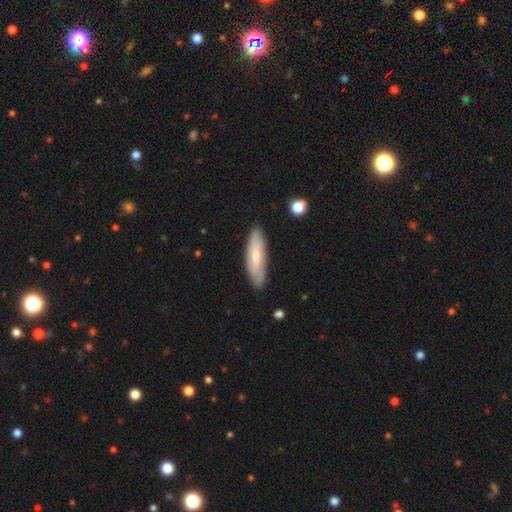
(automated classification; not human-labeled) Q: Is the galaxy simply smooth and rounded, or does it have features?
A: smooth — 57%.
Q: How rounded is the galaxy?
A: cigar-shaped — 56%.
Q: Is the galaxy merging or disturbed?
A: none — 82%.